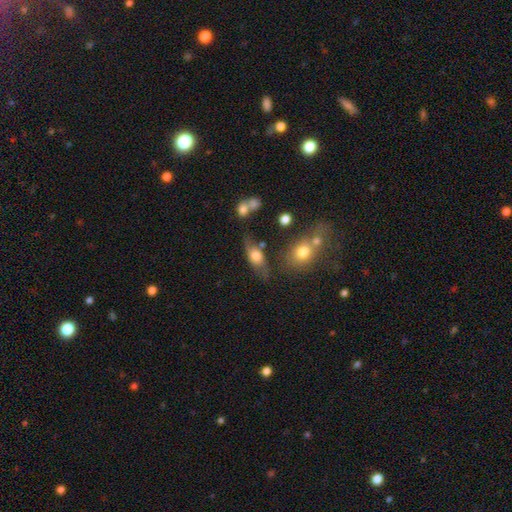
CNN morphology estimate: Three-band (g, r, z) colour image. It shows a smooth galaxy with no disk features (65%) that is in between round and cigar-shaped (73%). Merging: none (55%).